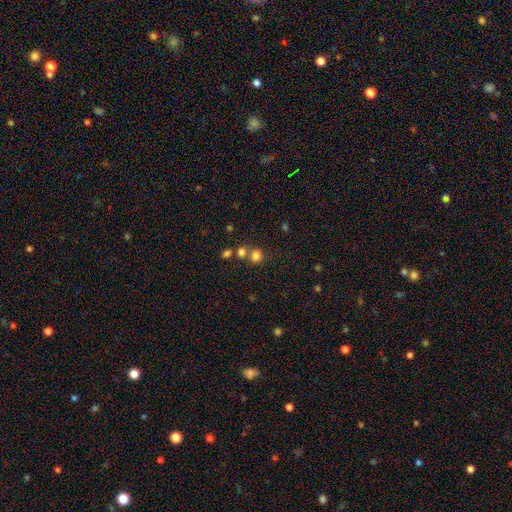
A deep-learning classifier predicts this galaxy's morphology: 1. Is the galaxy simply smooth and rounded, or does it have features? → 78% smooth, 15% star or artifact, 7% featured or disk.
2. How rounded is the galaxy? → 79% round, 20% in between, 1% cigar-shaped.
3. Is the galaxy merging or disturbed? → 55% none, 32% merger, 9% minor disturbance, 4% major disturbance.